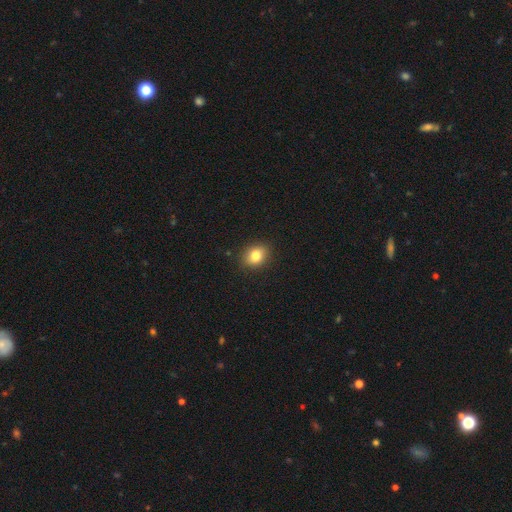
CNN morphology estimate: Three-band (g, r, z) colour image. It shows a smooth galaxy with no disk features (81%) that is in between round and cigar-shaped (50%). Merging: none (88%).